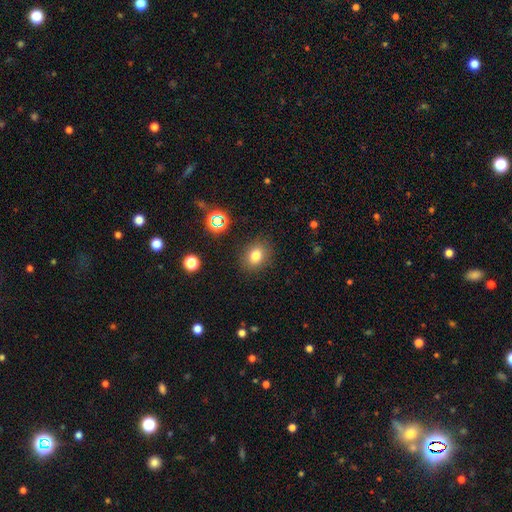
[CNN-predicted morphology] Smooth or featured? Predicted: smooth (p=0.78). How rounded? Predicted: in between (p=0.53). Merging? Predicted: none (p=0.86).